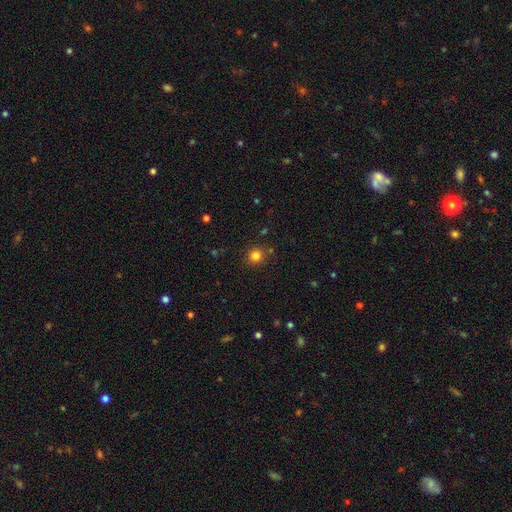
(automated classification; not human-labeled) Smooth or featured?
  - smooth: 81% *
  - star or artifact: 14%
  - featured or disk: 5%
How rounded?
  - round: 90% *
  - in between: 9%
  - cigar-shaped: 1%
Merging?
  - none: 86% *
  - minor disturbance: 8%
  - merger: 3%
  - major disturbance: 3%